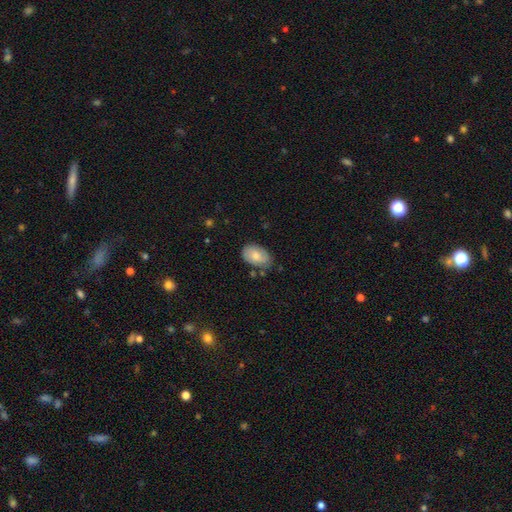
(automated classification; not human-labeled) Morphology: type=smooth (66%); roundness=in between (89%); merging=none (72%).